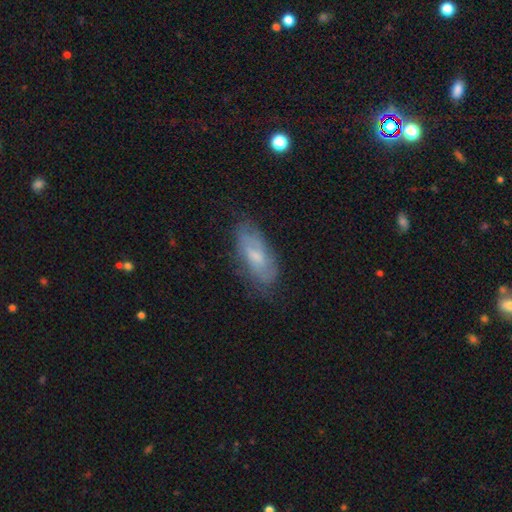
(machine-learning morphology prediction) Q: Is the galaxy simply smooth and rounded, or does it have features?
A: featured or disk — 47%.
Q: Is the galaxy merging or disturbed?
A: none — 68%.